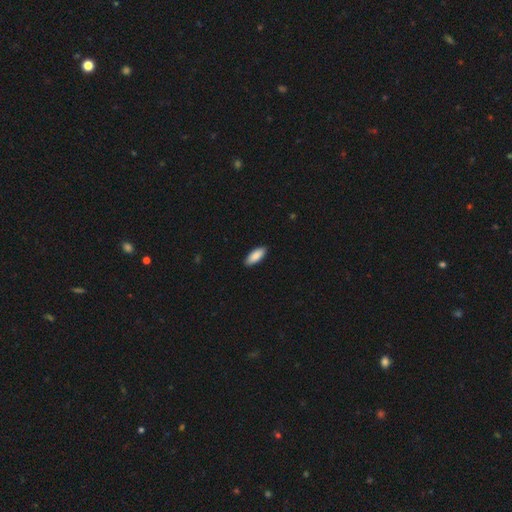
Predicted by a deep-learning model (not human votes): A smooth galaxy with no disk features (90%) that is in between round and cigar-shaped (80%).

Vote fractions:
- Smooth or featured? smooth: 90% / star or artifact: 5% / featured or disk: 5%
- How rounded? in between: 80% / cigar-shaped: 18% / round: 2%
- Merging? none: 90% / minor disturbance: 8% / major disturbance: 1% / merger: 1%